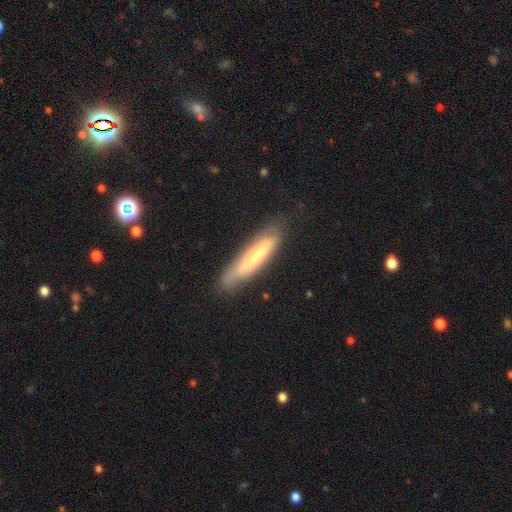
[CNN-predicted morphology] Smooth or featured?
  - smooth: 58% *
  - featured or disk: 36%
  - star or artifact: 6%
How rounded?
  - cigar-shaped: 87% *
  - in between: 12%
  - round: 1%
Merging?
  - none: 76% *
  - minor disturbance: 18%
  - major disturbance: 5%
  - merger: 2%